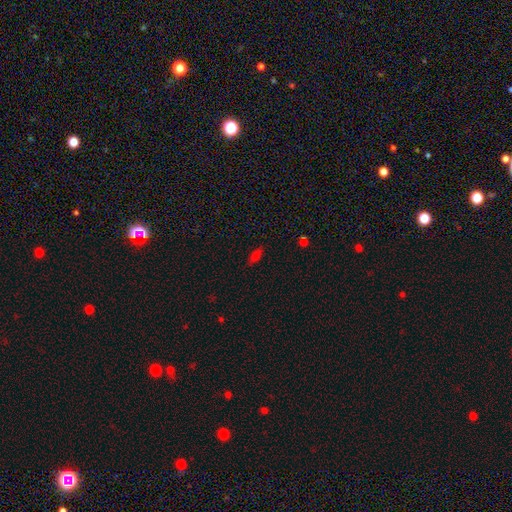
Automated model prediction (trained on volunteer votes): A smooth galaxy with no disk features (64%) that is in between round and cigar-shaped (72%).

Vote fractions:
- Smooth or featured? smooth: 64% / star or artifact: 19% / featured or disk: 17%
- How rounded? in between: 72% / cigar-shaped: 22% / round: 5%
- Merging? none: 83% / minor disturbance: 12% / major disturbance: 3% / merger: 2%